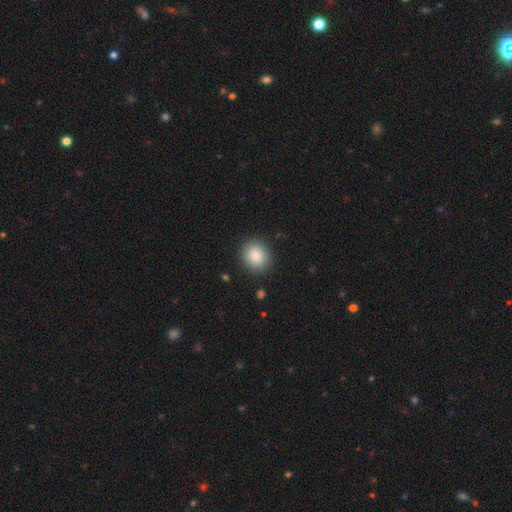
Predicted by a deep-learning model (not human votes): This appears to be a smooth galaxy with no disk features (87%) that is round (78%). Merging: none (89%).